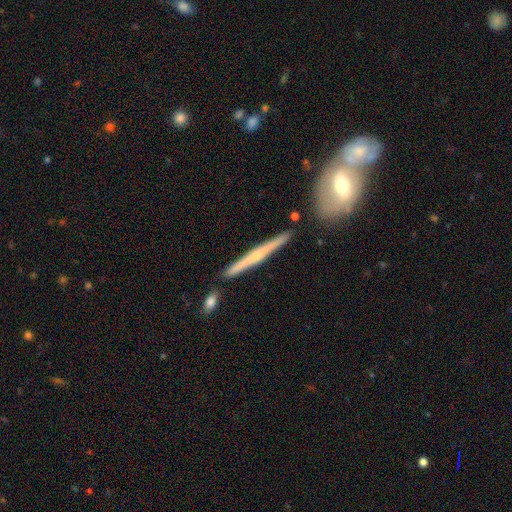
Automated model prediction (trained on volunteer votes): Smooth or featured? featured or disk (64%)
Edge-on disk? yes (94%)
Edge-on bulge? rounded (56%)
Merging? none (78%)